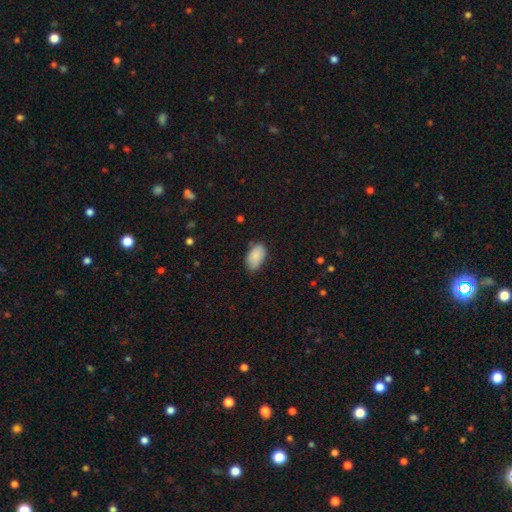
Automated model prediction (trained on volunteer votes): This is clearly a smooth galaxy (87%). How rounded: clearly in between (93%). Merging: likely none (66%).